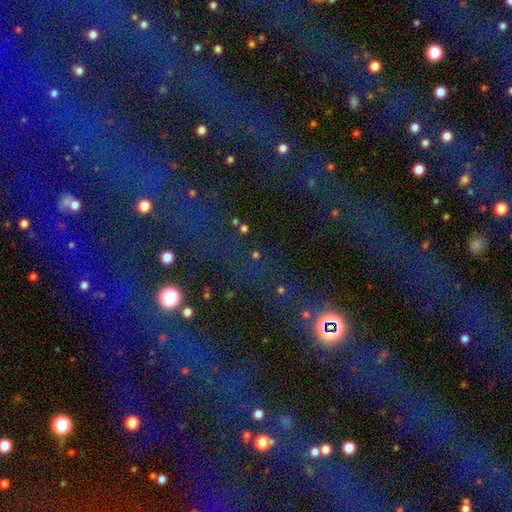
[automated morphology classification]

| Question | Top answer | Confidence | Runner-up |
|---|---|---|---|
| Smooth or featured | star or artifact | 75% | smooth (13%) |